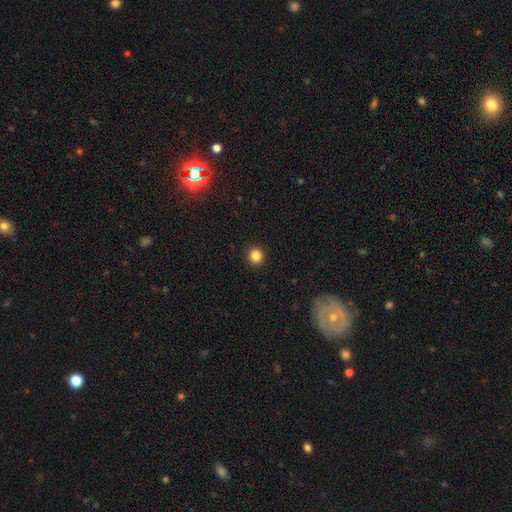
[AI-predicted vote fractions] Overall: smooth (85%). How rounded: round (95%). Merging: none (93%).